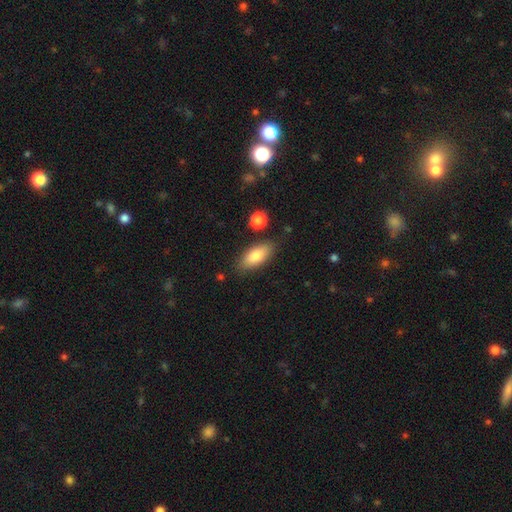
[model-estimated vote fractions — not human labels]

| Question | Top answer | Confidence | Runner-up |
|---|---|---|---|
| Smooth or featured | smooth | 81% | featured or disk (12%) |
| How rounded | in between | 84% | cigar-shaped (13%) |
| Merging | none | 81% | minor disturbance (12%) |